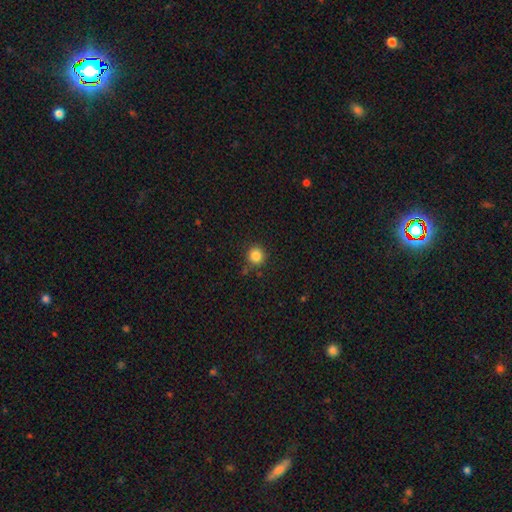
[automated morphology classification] smooth 85%, star or artifact 11%, featured or disk 4%. Down the decision tree: how rounded — round (91%); merging — none (85%).